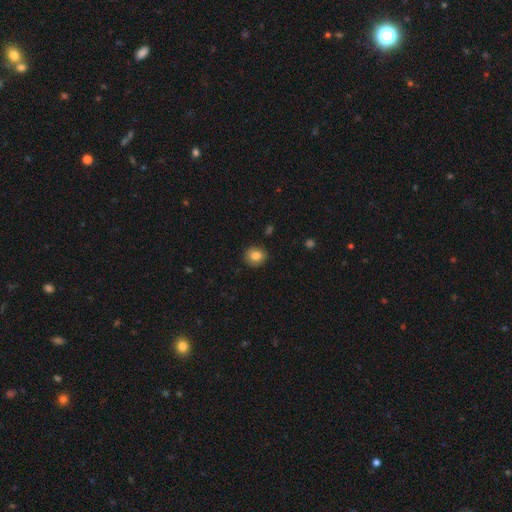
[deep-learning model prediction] smooth-or-featured: smooth: 83% | star or artifact: 9% | featured or disk: 8%
  how-rounded: round: 79% | in between: 20% | cigar-shaped: 1%
  merging: none: 89% | minor disturbance: 8% | major disturbance: 2% | merger: 1%